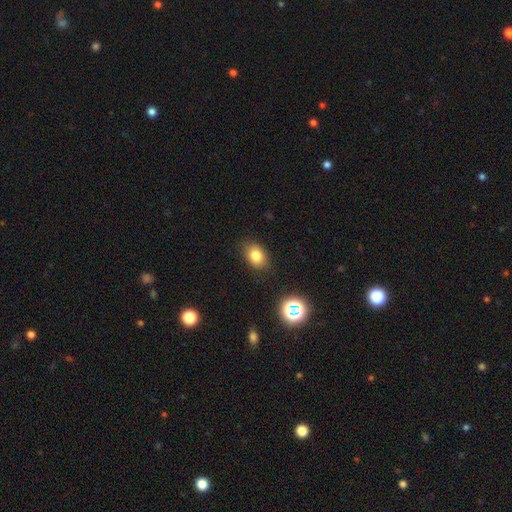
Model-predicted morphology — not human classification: A smooth galaxy with no disk features (79%) that is in between round and cigar-shaped (69%). Merging: none (82%).